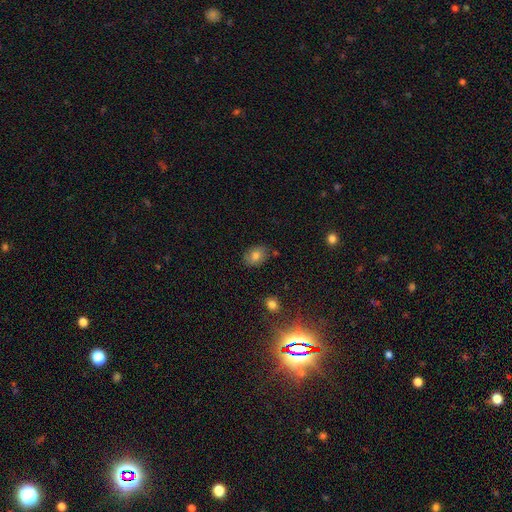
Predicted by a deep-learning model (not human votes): Smooth or featured? smooth (77%)
How rounded? in between (72%)
Merging? none (82%)